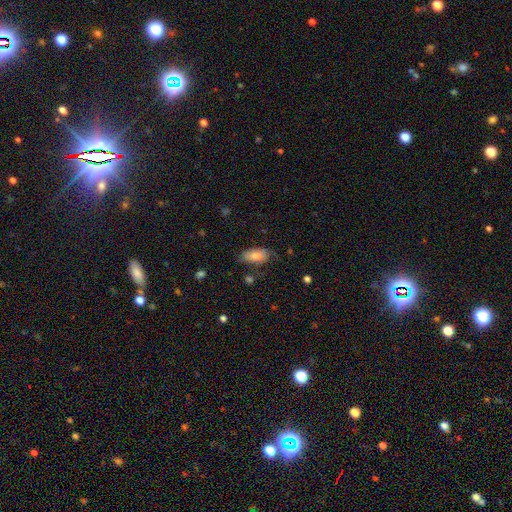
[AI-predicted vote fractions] smooth_or_featured: smooth (p=0.80) [alt: featured or disk p=0.13]
how_rounded: in between (p=0.90) [alt: cigar-shaped p=0.07]
merging: none (p=0.59) [alt: minor disturbance p=0.29]